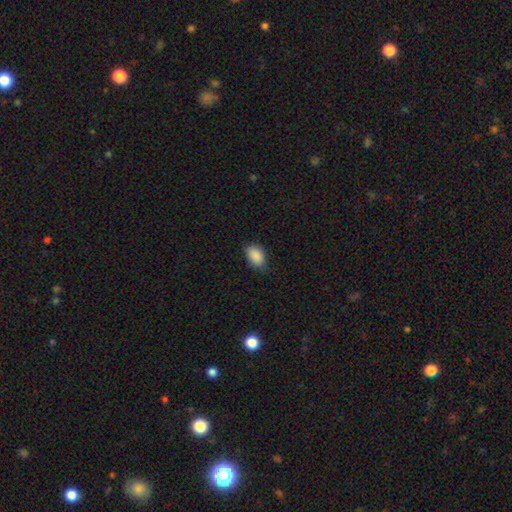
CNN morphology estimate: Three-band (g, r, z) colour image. It shows a smooth galaxy with no disk features (89%) that is in between round and cigar-shaped (88%). Merging: none (75%).